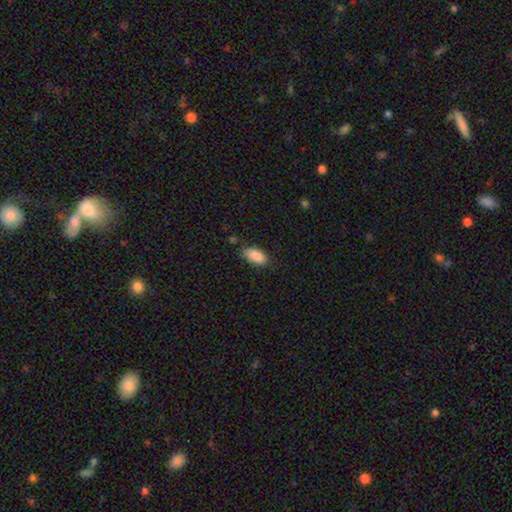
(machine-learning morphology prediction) smooth 88%, star or artifact 7%, featured or disk 5%. Down the decision tree: how rounded — in between (91%); merging — none (71%).